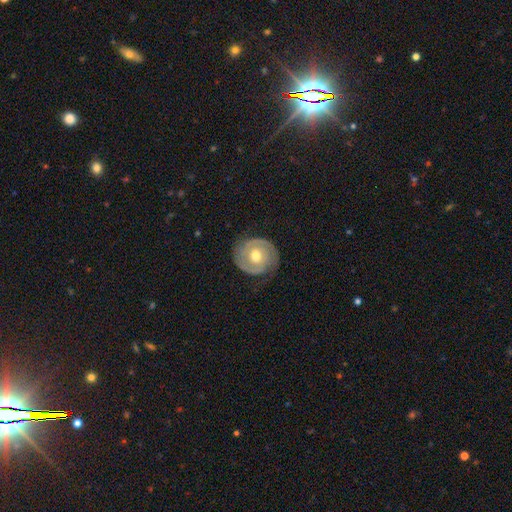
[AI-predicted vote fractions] smooth-or-featured: featured or disk: 72% | smooth: 22% | star or artifact: 5%
  disk-edge-on: no: 97% | yes: 3%
    bar: no: 69% | weak: 25% | strong: 6%
    has-spiral-arms: yes: 82% | no: 18%
      spiral-winding: tight: 66% | medium: 26% | loose: 8%
      spiral-arm-count: 2: 70% | can't tell: 13% | 1: 12% | 3: 3% | 4: 1% | more than 4: 1%
    bulge-size: moderate: 78% | small: 11% | large: 9% | none: 1% | dominant: 1%
  merging: none: 79% | minor disturbance: 15% | major disturbance: 5% | merger: 1%